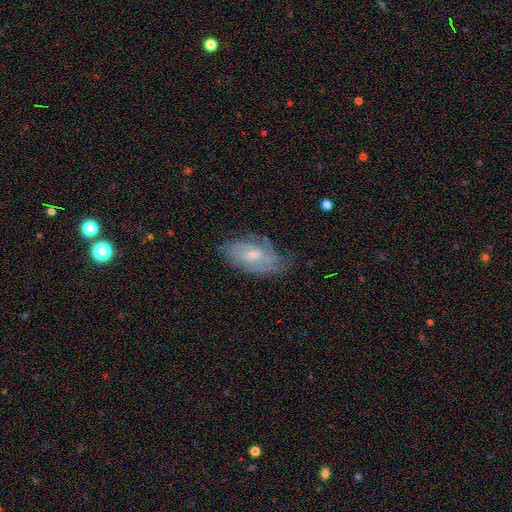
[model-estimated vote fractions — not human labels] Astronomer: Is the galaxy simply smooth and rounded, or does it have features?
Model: featured or disk — 59%.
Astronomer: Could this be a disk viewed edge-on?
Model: no — 89%.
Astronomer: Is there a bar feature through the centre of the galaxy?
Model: no — 53% (runner-up: weak, 38%).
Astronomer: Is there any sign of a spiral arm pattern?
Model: yes — 83%.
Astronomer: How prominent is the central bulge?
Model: small — 53% (runner-up: moderate, 42%).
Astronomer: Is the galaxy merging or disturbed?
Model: none — 76%.